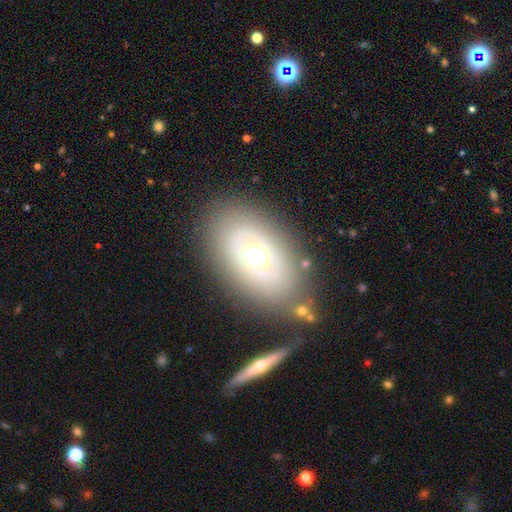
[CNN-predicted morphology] This appears to be a featured or disk galaxy (48%). Merging: none (82%).